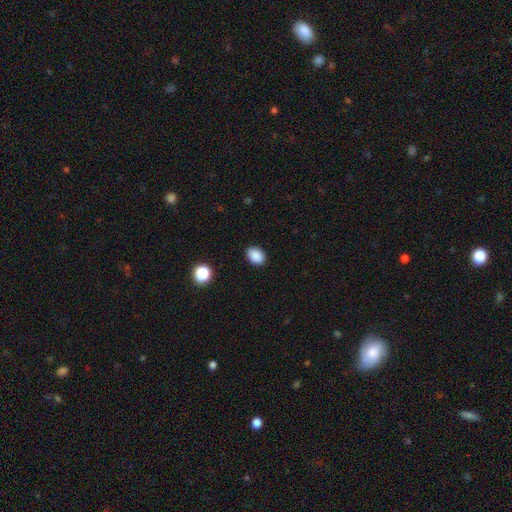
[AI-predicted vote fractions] Smooth or featured? smooth (88%)
How rounded? in between (70%)
Merging? none (88%)